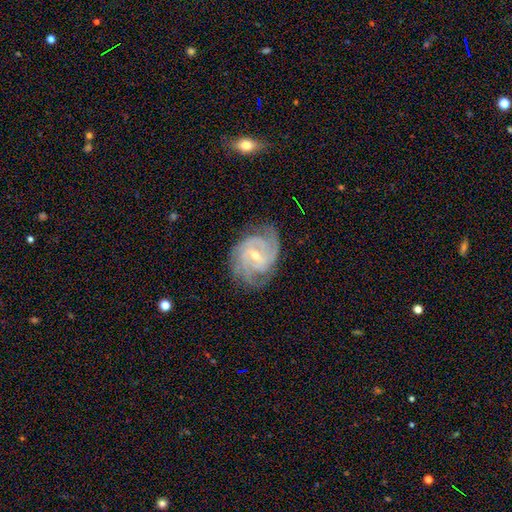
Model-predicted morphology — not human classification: This is clearly a featured or disk galaxy (90%). It is clearly not viewed edge-on (98%). Bar: possibly weak (54%). Spiral arm pattern: clearly yes (98%). Spiral arm count: marginally 3 (30%). Spiral winding: likely tight (62%). Central bulge: possibly small (55%). Merging: likely none (75%).